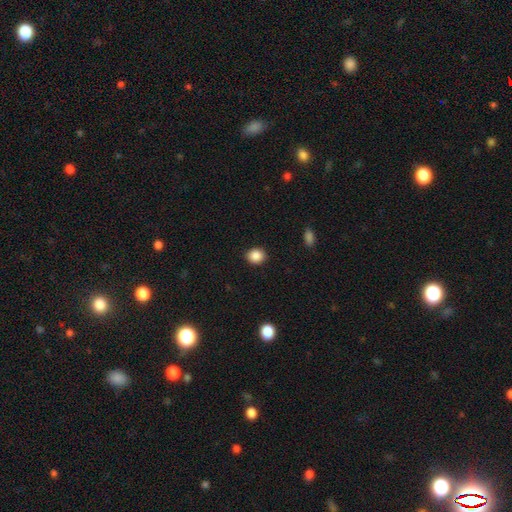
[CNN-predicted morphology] smooth-or-featured: smooth: 88% | star or artifact: 9% | featured or disk: 3%
  how-rounded: round: 69% | in between: 30% | cigar-shaped: 1%
  merging: none: 91% | minor disturbance: 6% | major disturbance: 2% | merger: 1%